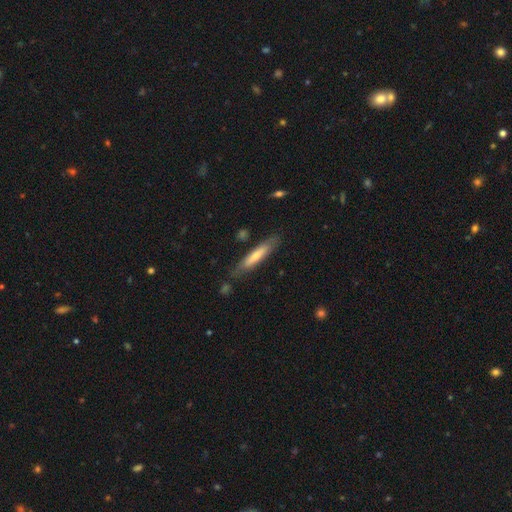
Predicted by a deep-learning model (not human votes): Smooth or featured? Predicted: smooth (p=0.48). Merging? Predicted: none (p=0.81).